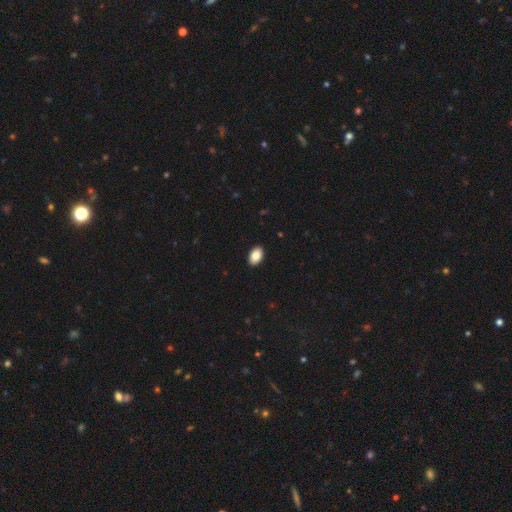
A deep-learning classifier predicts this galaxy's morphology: Smooth or featured? smooth (88%)
How rounded? in between (91%)
Merging? none (92%)